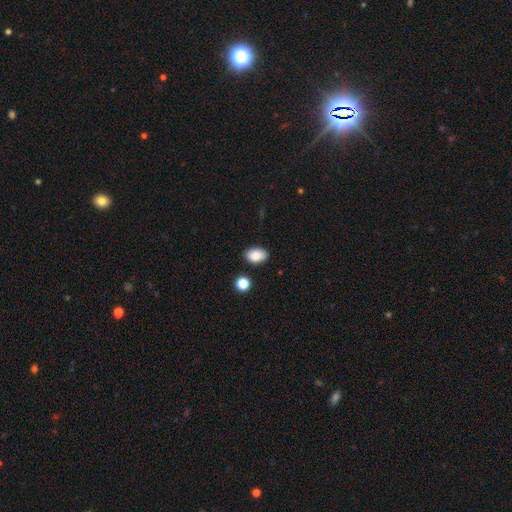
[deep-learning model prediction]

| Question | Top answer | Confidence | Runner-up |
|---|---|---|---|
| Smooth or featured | smooth | 86% | star or artifact (8%) |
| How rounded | in between | 87% | round (12%) |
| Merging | none | 83% | minor disturbance (11%) |